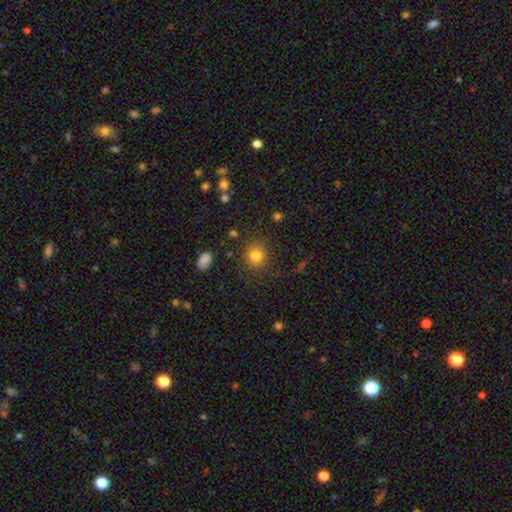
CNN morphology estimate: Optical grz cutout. It shows a smooth galaxy with no disk features (81%) that is round (86%). Merging: none (85%).